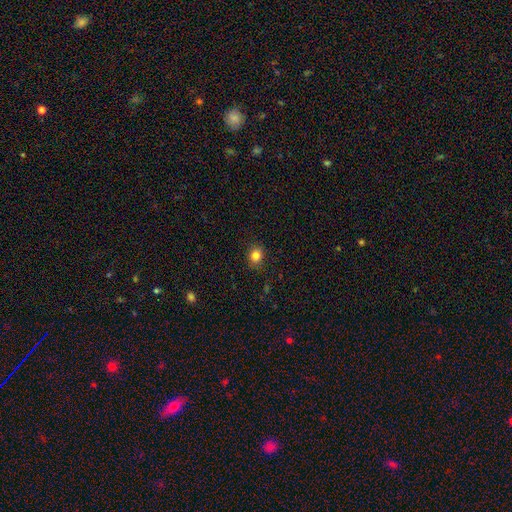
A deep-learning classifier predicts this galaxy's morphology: This appears to be a smooth galaxy with no disk features (83%) that is round (68%). Merging: none (88%).